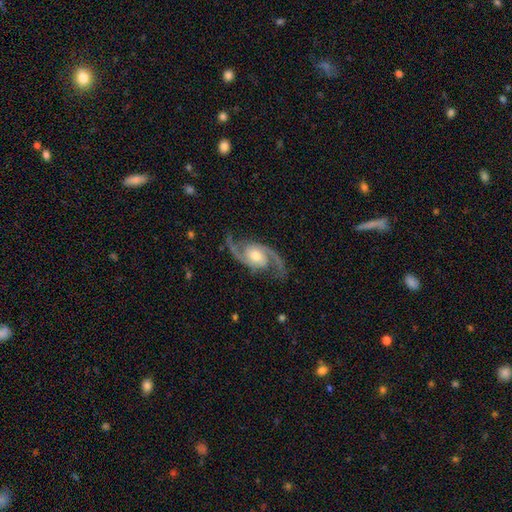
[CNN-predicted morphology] Smooth or featured? featured or disk (93%)
Edge-on disk? no (97%)
Bar? no (58%)
Spiral arms? yes (98%)
Spiral winding? medium (58%)
Spiral arm count? 2 (94%)
Bulge size? moderate (65%)
Merging? none (82%)